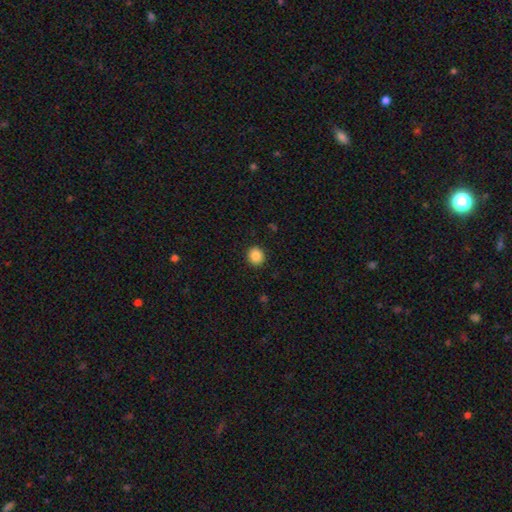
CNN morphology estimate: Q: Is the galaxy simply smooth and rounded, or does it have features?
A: smooth — 86%.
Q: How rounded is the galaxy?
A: round — 80%.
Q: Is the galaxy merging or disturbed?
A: none — 91%.